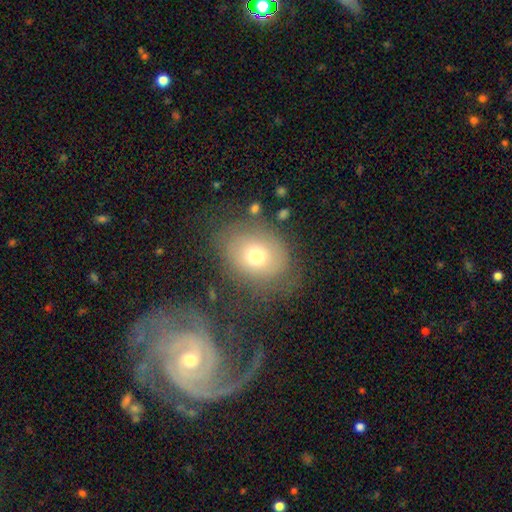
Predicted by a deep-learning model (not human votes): A smooth galaxy with no disk features (66%) that is round (54%).

Vote fractions:
- Smooth or featured? smooth: 66% / featured or disk: 21% / star or artifact: 12%
- How rounded? round: 54% / in between: 45% / cigar-shaped: 1%
- Merging? none: 64% / minor disturbance: 19% / major disturbance: 13% / merger: 4%